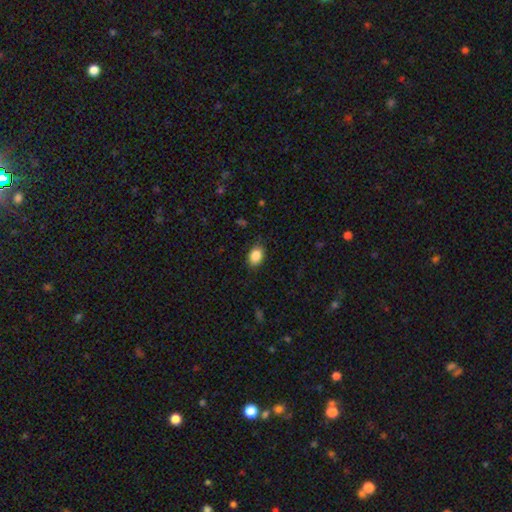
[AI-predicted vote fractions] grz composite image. It shows a smooth galaxy with no disk features (87%) that is in between round and cigar-shaped (79%). Merging: none (83%).